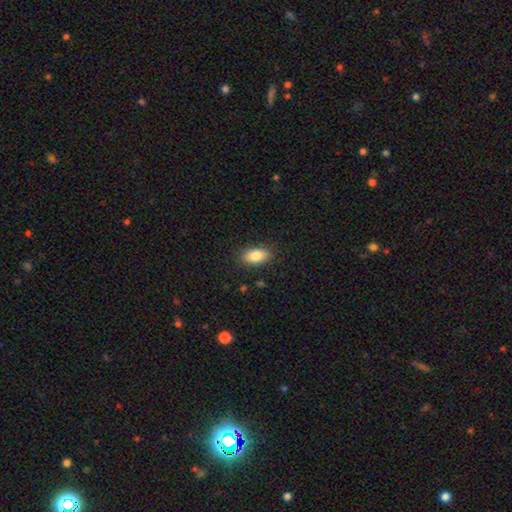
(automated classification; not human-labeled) The model was most divided on "smooth or featured": smooth: 83%, featured or disk: 9%, star or artifact: 8%. More confident: how rounded — in between (90%); merging — none (87%).